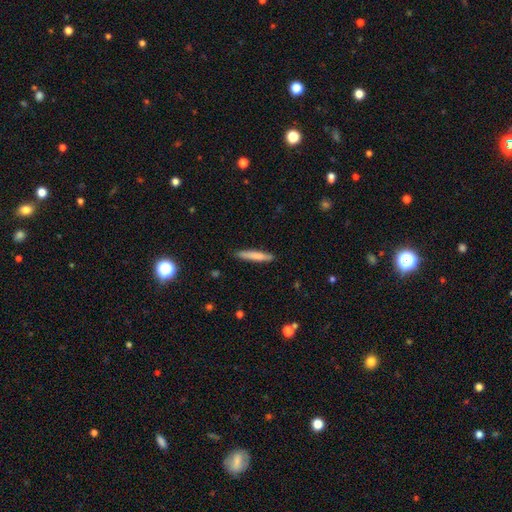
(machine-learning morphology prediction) This appears to be a smooth galaxy with no disk features (77%) that is cigar-shaped (93%). Merging: none (88%).